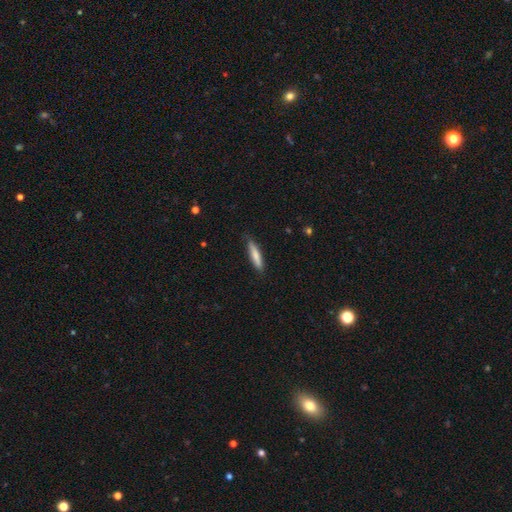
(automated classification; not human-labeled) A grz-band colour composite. It shows a smooth galaxy with no disk features (77%) that is cigar-shaped (84%). Merging: none (83%).